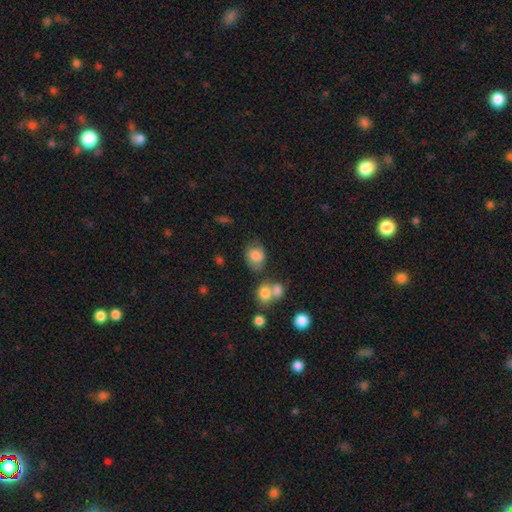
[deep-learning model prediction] smooth_or_featured: smooth (p=0.77) [alt: featured or disk p=0.14]
how_rounded: in between (p=0.58) [alt: round p=0.40]
merging: none (p=0.55) [alt: minor disturbance p=0.23]